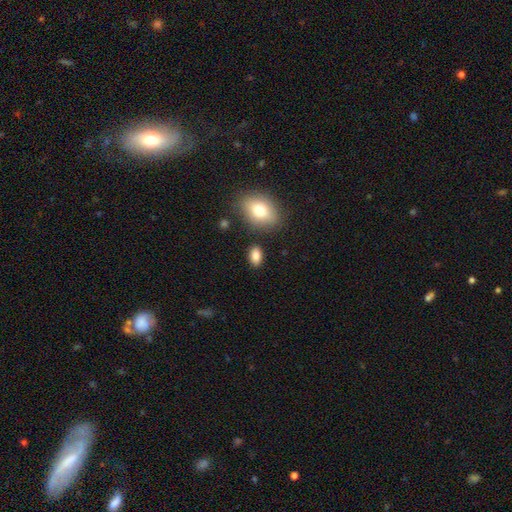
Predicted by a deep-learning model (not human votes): Smooth or featured? Predicted: smooth (p=0.85). How rounded? Predicted: in between (p=0.87). Merging? Predicted: none (p=0.84).